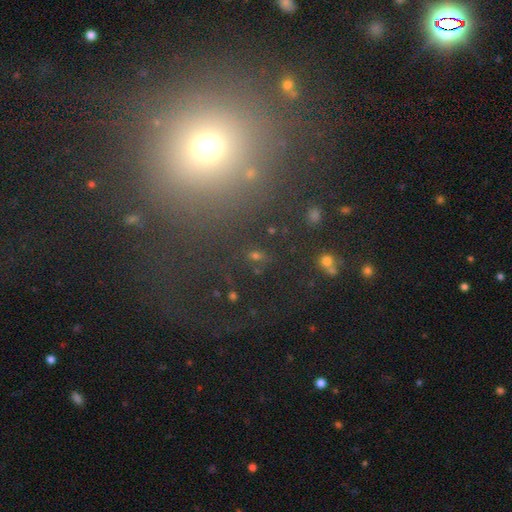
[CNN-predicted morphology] smooth 56%, star or artifact 30%, featured or disk 13%. Down the decision tree: how rounded — round (86%); merging — none (71%).